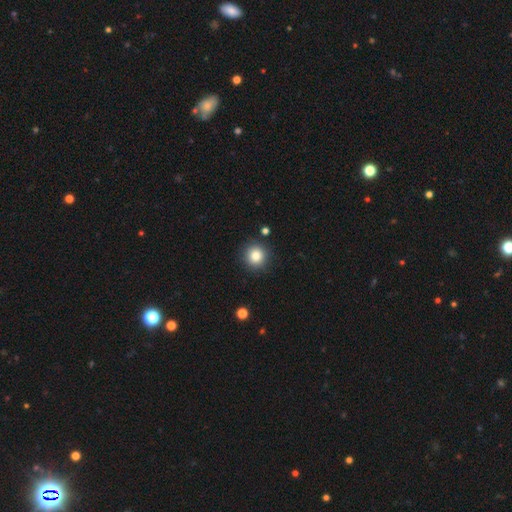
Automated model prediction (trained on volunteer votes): This appears to be a smooth galaxy with no disk features (83%) that is round (94%). Merging: none (89%).